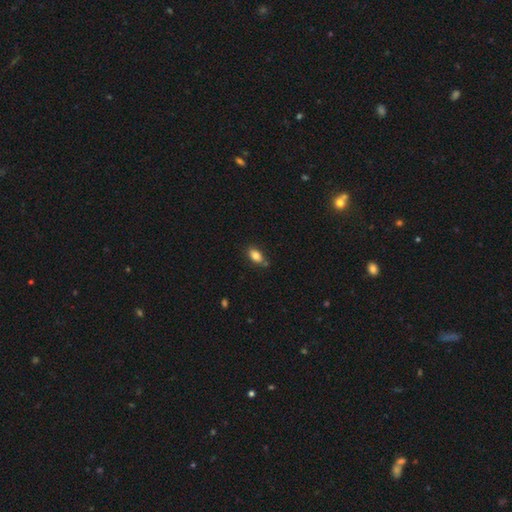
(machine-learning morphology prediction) Smooth or featured? smooth (83%)
How rounded? in between (89%)
Merging? none (73%)